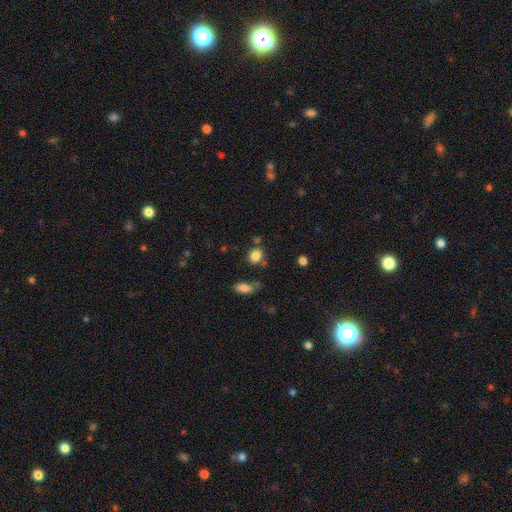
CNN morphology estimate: Smooth or featured? Predicted: smooth (p=0.84). How rounded? Predicted: round (p=0.67). Merging? Predicted: none (p=0.74).